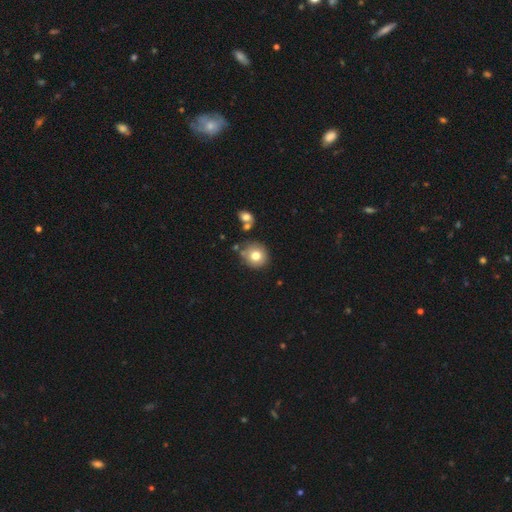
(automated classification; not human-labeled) Smooth or featured?
  - smooth: 77% *
  - featured or disk: 13%
  - star or artifact: 11%
How rounded?
  - round: 89% *
  - in between: 10%
  - cigar-shaped: 1%
Merging?
  - none: 75% *
  - minor disturbance: 12%
  - merger: 9%
  - major disturbance: 3%